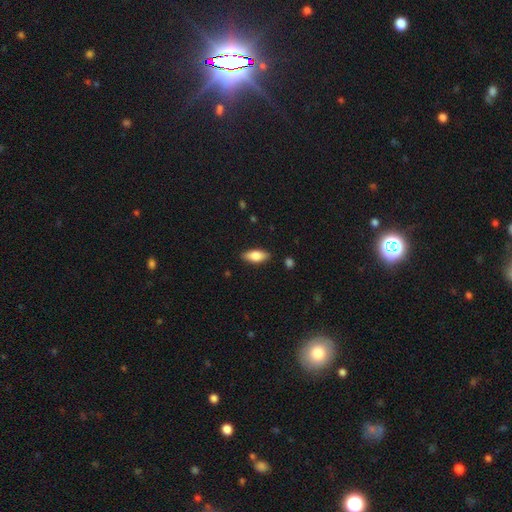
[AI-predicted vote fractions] Smooth or featured? smooth (74%)
How rounded? in between (80%)
Merging? none (87%)